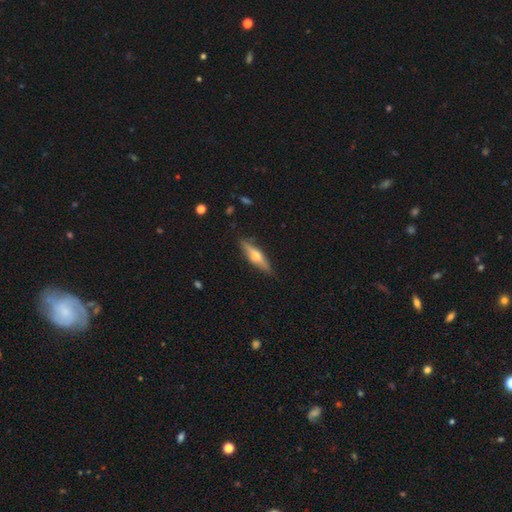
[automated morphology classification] Smooth or featured? featured or disk (61%)
Edge-on disk? yes (94%)
Edge-on bulge? rounded (92%)
Merging? none (88%)